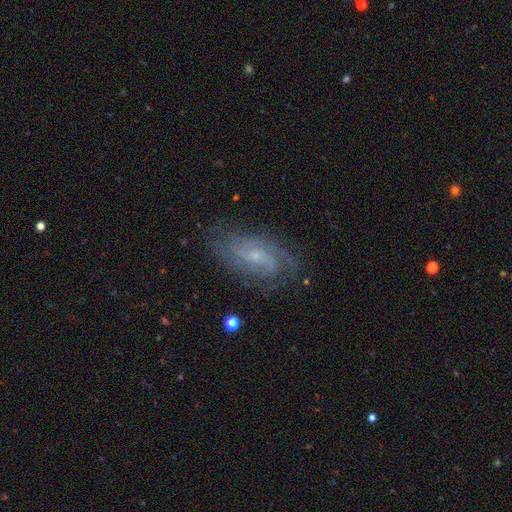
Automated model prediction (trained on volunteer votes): Morphology: type=featured or disk (81%); edge-on=no (95%); bar=no (51%); spiral arms=yes (95%); winding=tight (48%); arm count=2 (34%); bulge=small (70%); merging=none (75%).